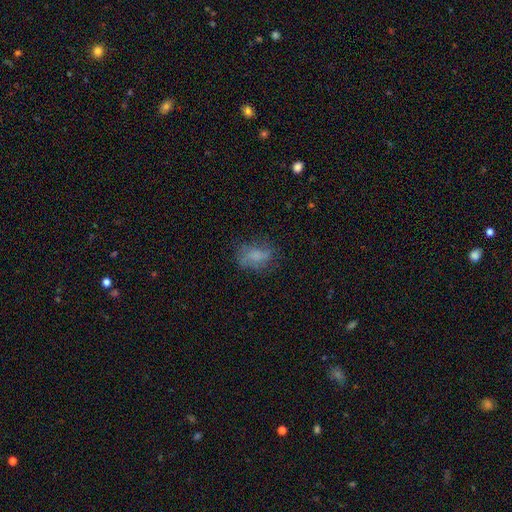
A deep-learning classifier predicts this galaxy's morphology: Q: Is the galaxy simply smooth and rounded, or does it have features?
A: smooth — 62%.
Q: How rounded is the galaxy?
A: in between — 81%.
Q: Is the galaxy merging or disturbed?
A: none — 58%.